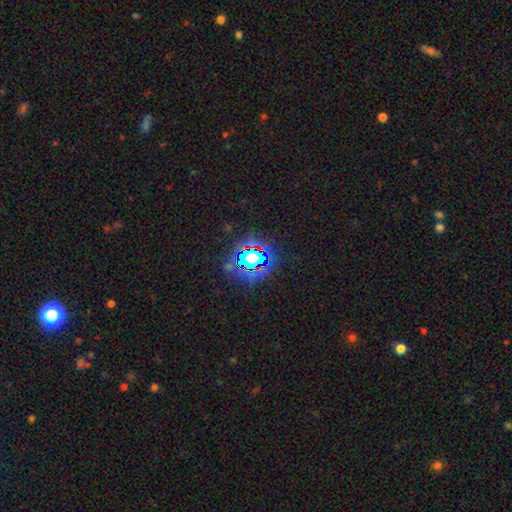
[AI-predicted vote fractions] Smooth or featured?
  - star or artifact: 77% *
  - smooth: 14%
  - featured or disk: 8%